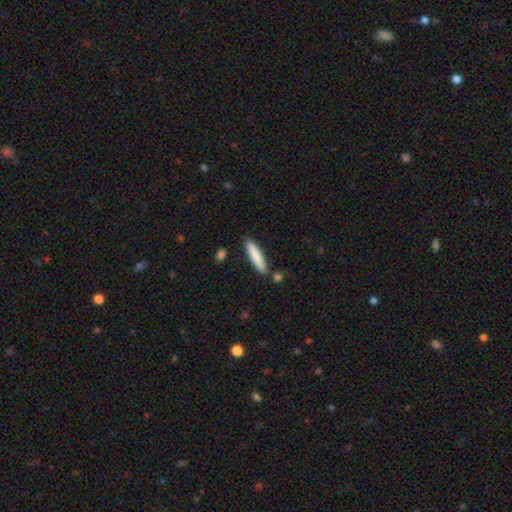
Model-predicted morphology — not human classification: This appears to be a smooth galaxy with no disk features (82%) that is cigar-shaped (88%). Merging: none (85%).